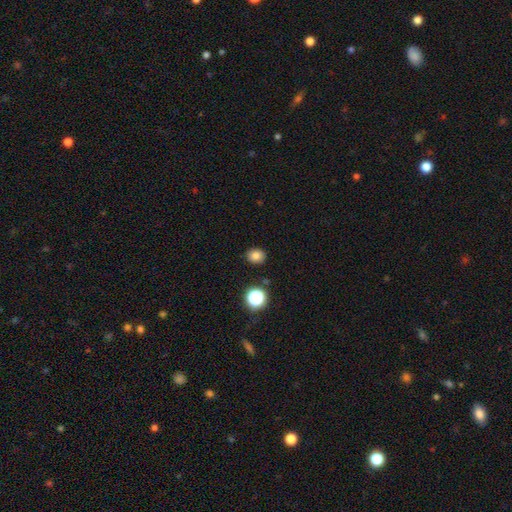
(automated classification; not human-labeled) Smooth or featured? smooth (79%)
How rounded? round (62%)
Merging? none (88%)